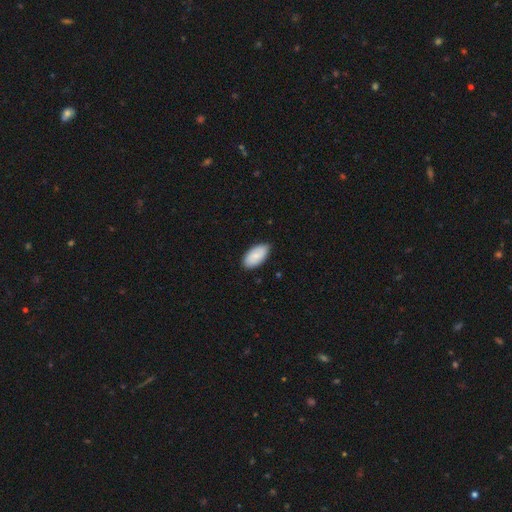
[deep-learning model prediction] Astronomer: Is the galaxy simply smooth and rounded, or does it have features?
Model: smooth — 84%.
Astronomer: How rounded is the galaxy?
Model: in between — 95%.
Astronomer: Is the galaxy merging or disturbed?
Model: none — 84%.